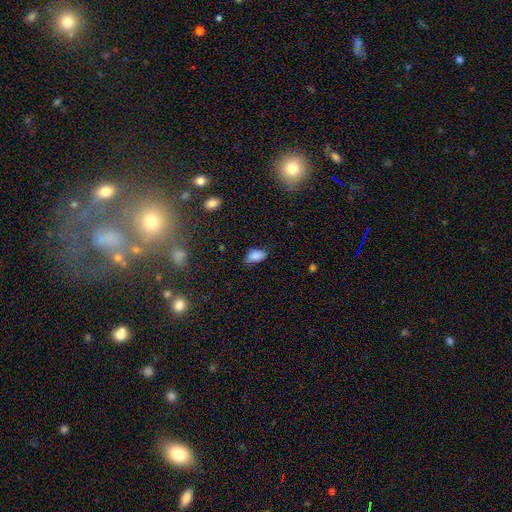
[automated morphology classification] Smooth or featured?
  - smooth: 83% *
  - star or artifact: 9%
  - featured or disk: 8%
How rounded?
  - in between: 91% *
  - round: 5%
  - cigar-shaped: 3%
Merging?
  - none: 57% *
  - minor disturbance: 33%
  - major disturbance: 8%
  - merger: 2%